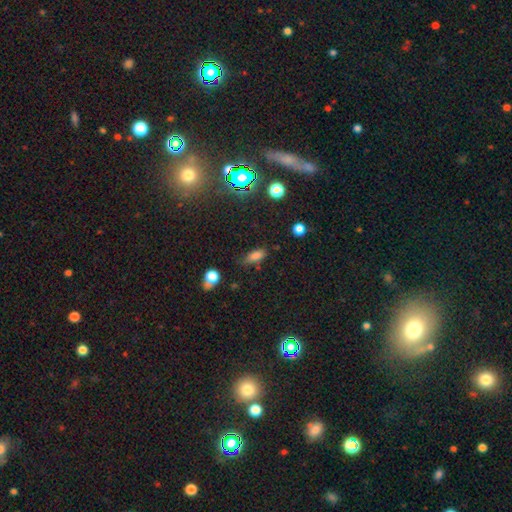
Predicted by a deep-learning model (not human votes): A smooth galaxy with no disk features (74%) that is in between round and cigar-shaped (76%). Merging: none (66%).